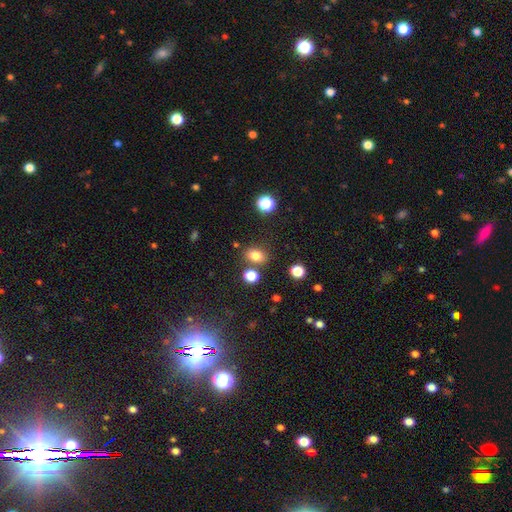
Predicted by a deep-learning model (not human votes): smooth_or_featured: smooth (p=0.79) [alt: star or artifact p=0.14]
how_rounded: in between (p=0.59) [alt: round p=0.40]
merging: none (p=0.75) [alt: minor disturbance p=0.12]